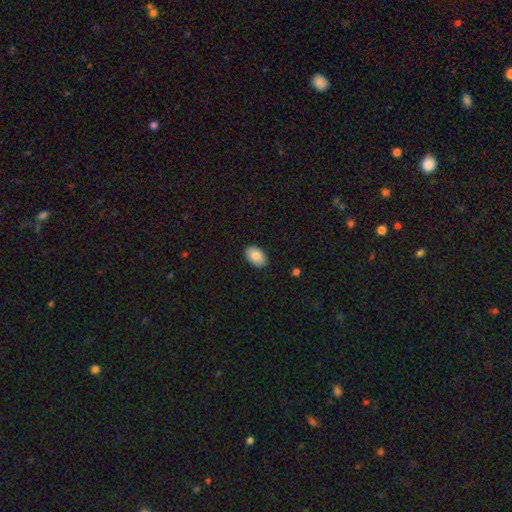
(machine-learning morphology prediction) This is clearly a smooth galaxy (87%). How rounded: clearly in between (90%). Merging: clearly none (88%).